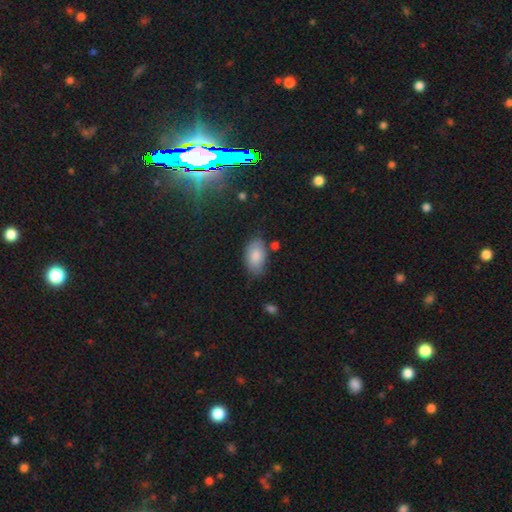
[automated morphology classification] Smooth or featured: smooth — 84% (featured or disk — 9%)
How rounded: in between — 94% (round — 5%)
Merging: none — 70% (minor disturbance — 21%)